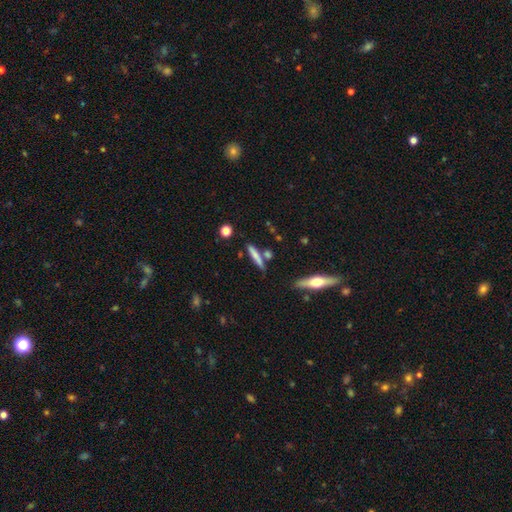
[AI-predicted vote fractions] This is likely a smooth galaxy (64%). How rounded: clearly cigar-shaped (88%). Merging: likely none (72%).